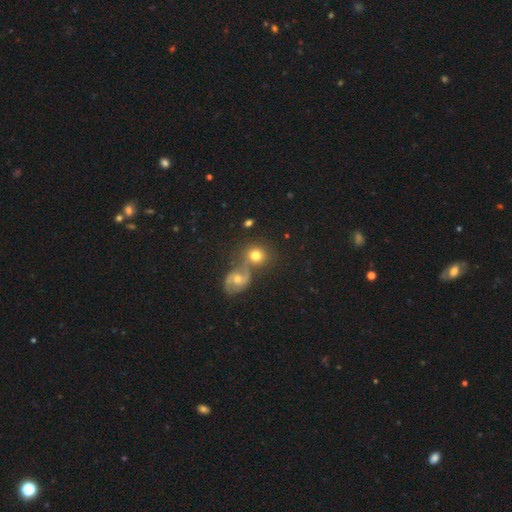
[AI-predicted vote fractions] A smooth galaxy with no disk features (69%) that is round (82%).

Vote fractions:
- Smooth or featured? smooth: 69% / featured or disk: 21% / star or artifact: 10%
- How rounded? round: 82% / in between: 17% / cigar-shaped: 1%
- Merging? none: 53% / merger: 31% / minor disturbance: 11% / major disturbance: 5%